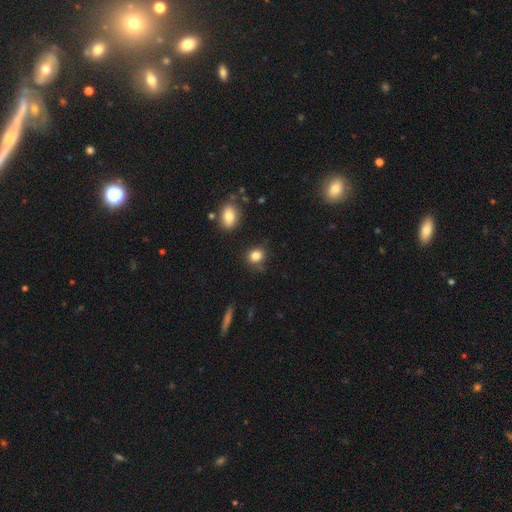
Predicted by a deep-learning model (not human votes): Overall: smooth (83%). How rounded: round (68%; in between 31%). Merging: none (76%).